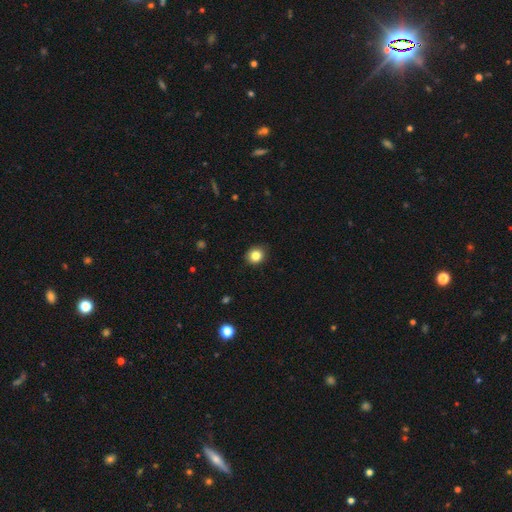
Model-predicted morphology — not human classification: Smooth or featured?
  - smooth: 84% *
  - star or artifact: 10%
  - featured or disk: 6%
How rounded?
  - round: 76% *
  - in between: 23%
  - cigar-shaped: 1%
Merging?
  - none: 89% *
  - minor disturbance: 8%
  - major disturbance: 2%
  - merger: 1%